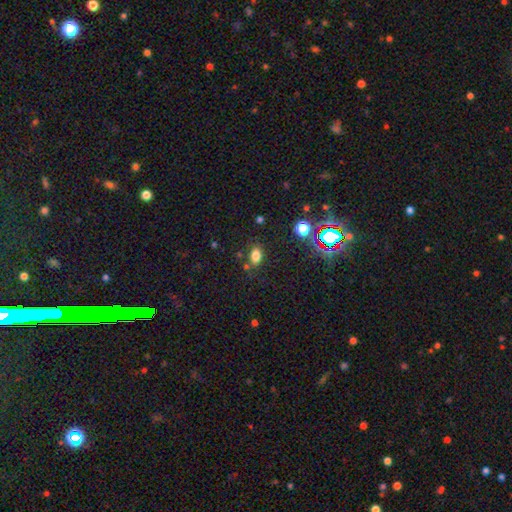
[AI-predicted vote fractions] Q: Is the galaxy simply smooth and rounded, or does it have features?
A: smooth — 77%.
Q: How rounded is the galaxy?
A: in between — 84%.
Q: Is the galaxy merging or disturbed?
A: none — 78%.